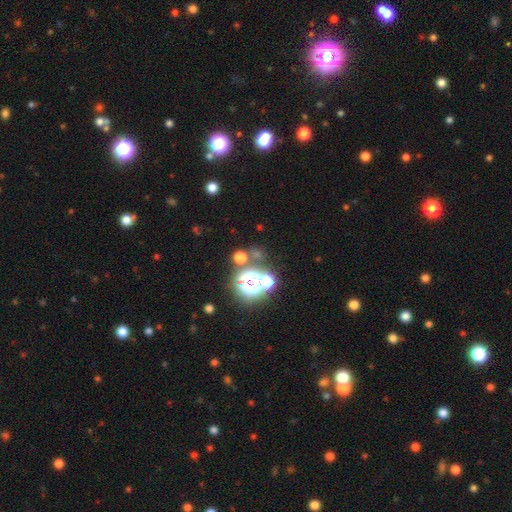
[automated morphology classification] Smooth or featured? star or artifact (66%)